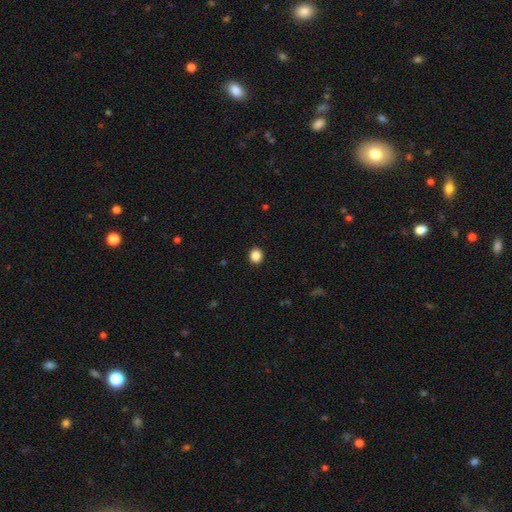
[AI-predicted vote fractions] The model was most divided on "how rounded": round: 77%, in between: 22%, cigar-shaped: 1%. More confident: merging — none (92%); smooth or featured — smooth (87%).